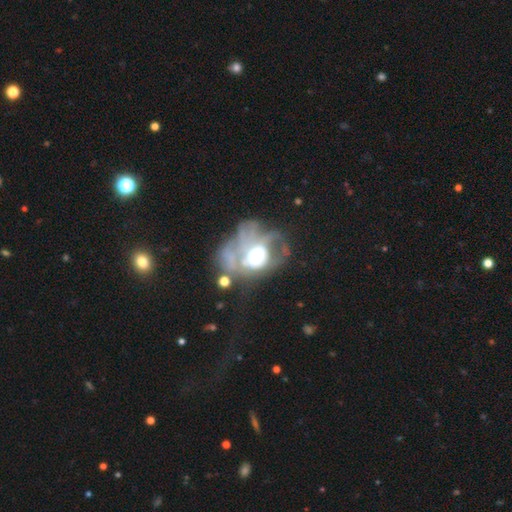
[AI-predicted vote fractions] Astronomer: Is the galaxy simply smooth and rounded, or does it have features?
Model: featured or disk — 61%.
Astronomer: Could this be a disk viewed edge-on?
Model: no — 97%.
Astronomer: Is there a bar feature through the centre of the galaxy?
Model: no — 81%.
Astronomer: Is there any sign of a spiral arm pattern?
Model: no — 64%.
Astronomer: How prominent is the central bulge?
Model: large — 44% (runner-up: moderate, 39%).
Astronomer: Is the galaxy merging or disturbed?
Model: major disturbance — 52%.